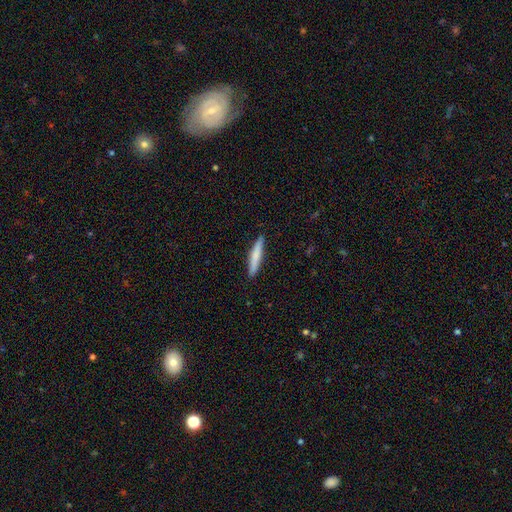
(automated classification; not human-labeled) Smooth or featured? smooth (70%)
How rounded? cigar-shaped (93%)
Merging? none (91%)